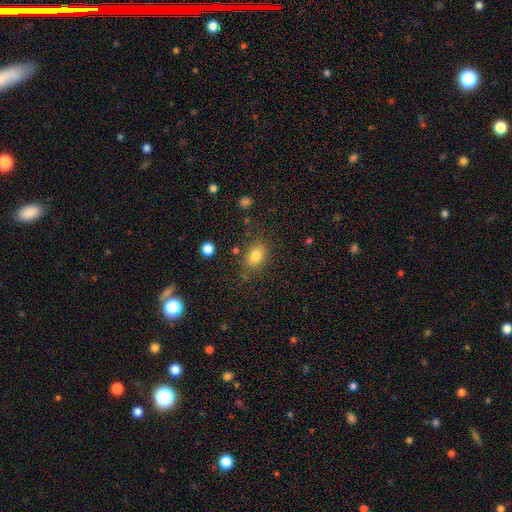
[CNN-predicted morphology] Overall: smooth (80%). How rounded: in between (69%; round 30%). Merging: none (76%).